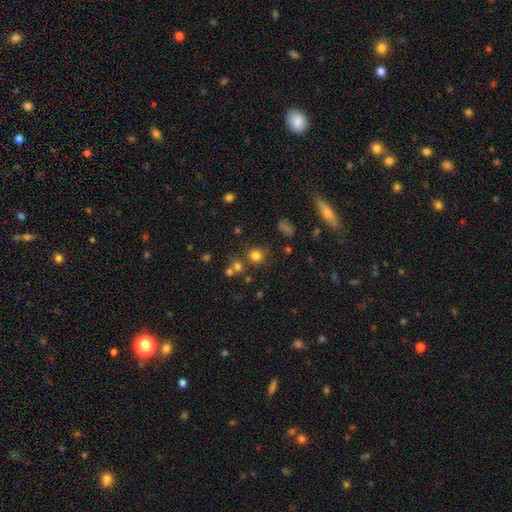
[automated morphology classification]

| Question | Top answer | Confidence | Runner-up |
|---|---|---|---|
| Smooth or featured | smooth | 74% | star or artifact (18%) |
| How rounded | round | 85% | in between (14%) |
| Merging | none | 68% | merger (17%) |